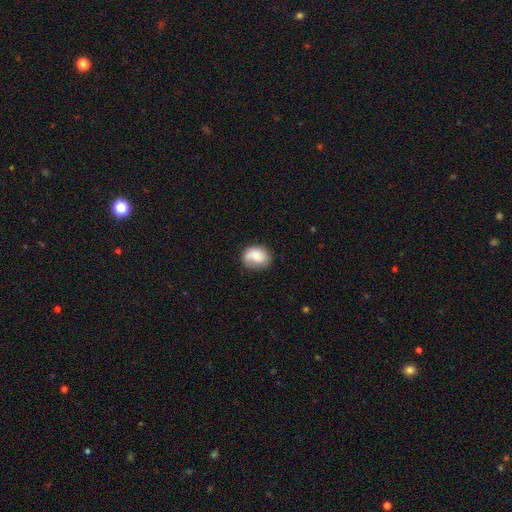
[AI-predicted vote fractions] Smooth or featured? smooth (74%)
How rounded? in between (51%)
Merging? none (65%)